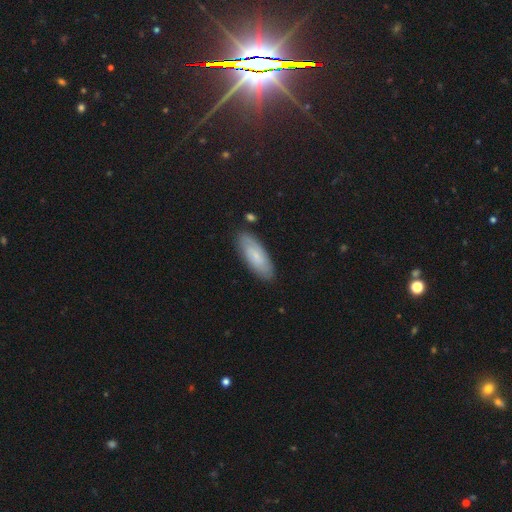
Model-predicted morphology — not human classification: Q: Smooth or featured?
A: smooth (71%); runner-up: featured or disk (23%)
Q: How rounded?
A: in between (69%); runner-up: cigar-shaped (29%)
Q: Merging?
A: none (85%); runner-up: minor disturbance (11%)